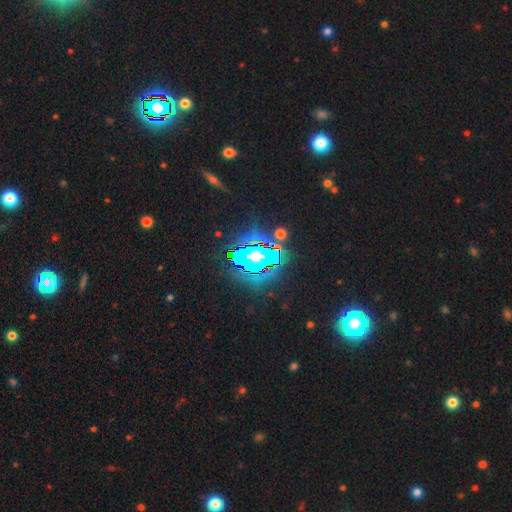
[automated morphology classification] Smooth or featured?
  - star or artifact: 60% *
  - smooth: 21%
  - featured or disk: 19%